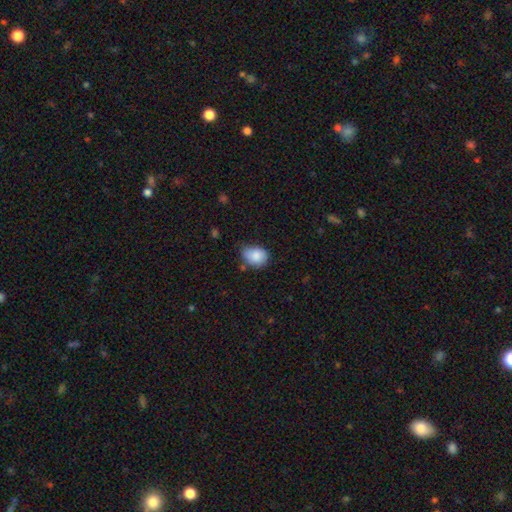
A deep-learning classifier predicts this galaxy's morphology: Smooth or featured? smooth (85%)
How rounded? in between (58%)
Merging? none (54%)